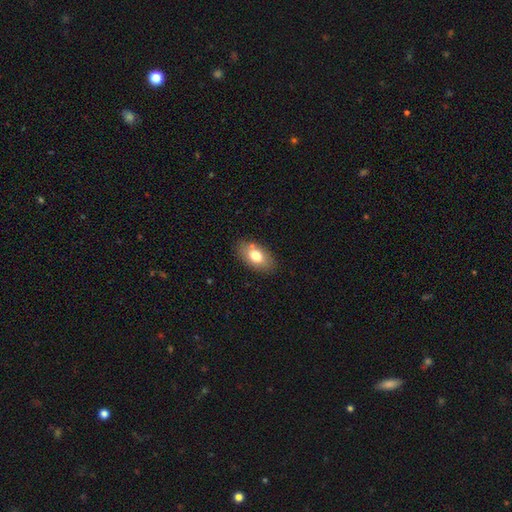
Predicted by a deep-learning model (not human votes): Q: Smooth or featured?
A: smooth (74%); runner-up: featured or disk (18%)
Q: How rounded?
A: in between (91%); runner-up: round (7%)
Q: Merging?
A: none (80%); runner-up: minor disturbance (13%)